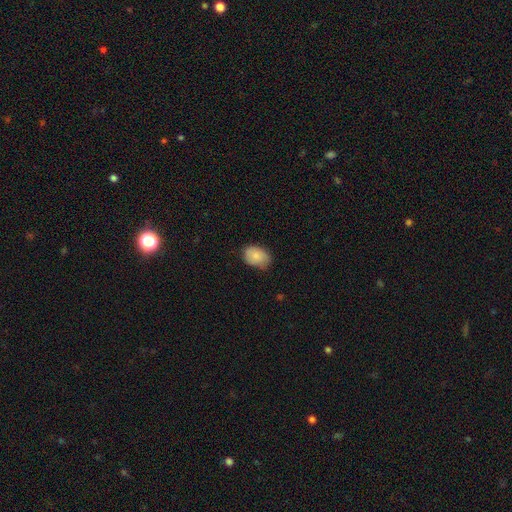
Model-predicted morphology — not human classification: A smooth galaxy with no disk features (86%) that is in between round and cigar-shaped (79%). Merging: none (72%).